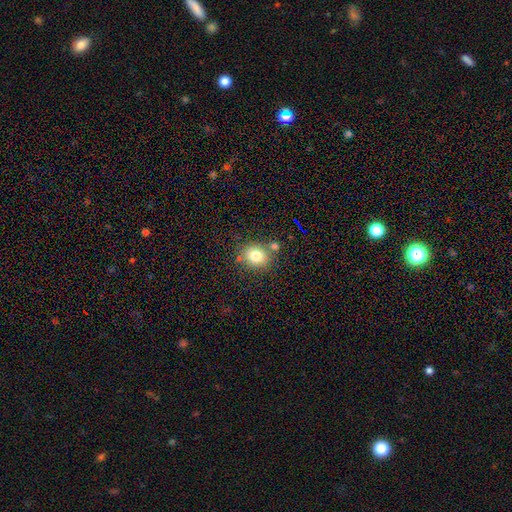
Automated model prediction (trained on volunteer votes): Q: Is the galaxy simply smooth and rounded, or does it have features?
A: smooth — 79%.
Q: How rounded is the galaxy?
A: round — 68%.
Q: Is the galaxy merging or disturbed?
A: none — 72%.